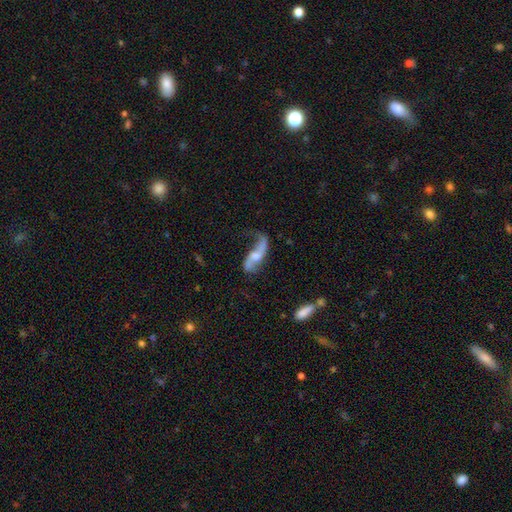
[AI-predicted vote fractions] This is likely a featured or disk galaxy (78%). It is clearly not viewed edge-on (91%). Bar: possibly no (52%). Spiral arm pattern: clearly yes (90%). Spiral arm count: clearly 2 (85%). Spiral winding: clearly loose (87%). Central bulge: marginally moderate (37%). Merging: possibly none (46%).